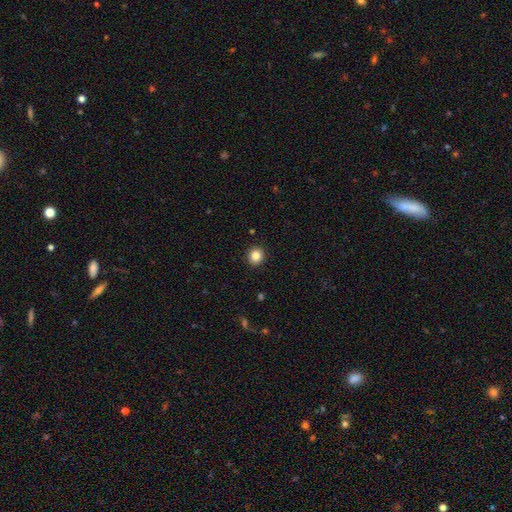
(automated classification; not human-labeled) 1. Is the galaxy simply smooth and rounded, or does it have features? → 85% smooth, 11% star or artifact, 5% featured or disk.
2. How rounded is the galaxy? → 85% round, 14% in between, 1% cigar-shaped.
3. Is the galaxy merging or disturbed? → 92% none, 5% minor disturbance, 2% major disturbance, 1% merger.